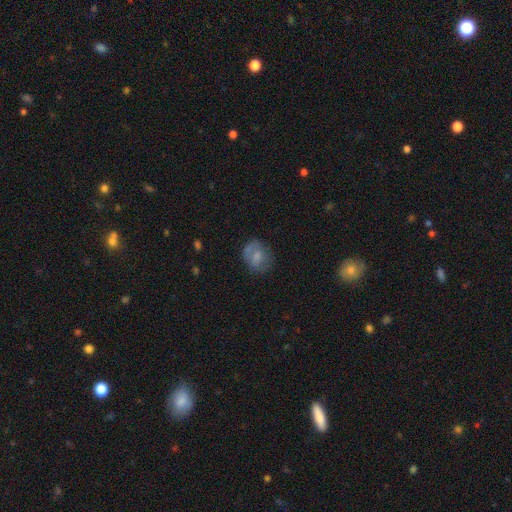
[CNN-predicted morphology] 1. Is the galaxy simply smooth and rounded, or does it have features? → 63% smooth, 27% featured or disk, 10% star or artifact.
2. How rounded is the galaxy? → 54% round, 45% in between, 1% cigar-shaped.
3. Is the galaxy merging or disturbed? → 59% none, 24% minor disturbance, 13% major disturbance, 5% merger.